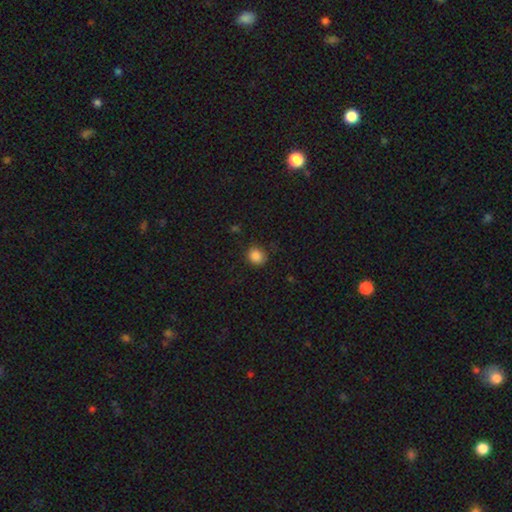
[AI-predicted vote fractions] Smooth or featured? Predicted: smooth (p=0.86). How rounded? Predicted: round (p=0.79). Merging? Predicted: none (p=0.83).